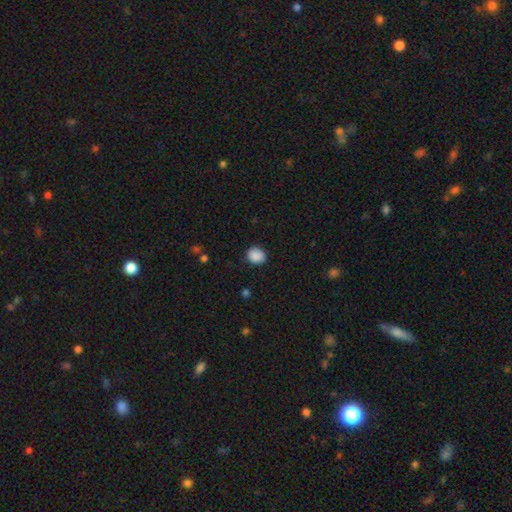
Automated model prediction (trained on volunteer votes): This is clearly a smooth galaxy (89%). How rounded: likely round (67%). Merging: clearly none (86%).